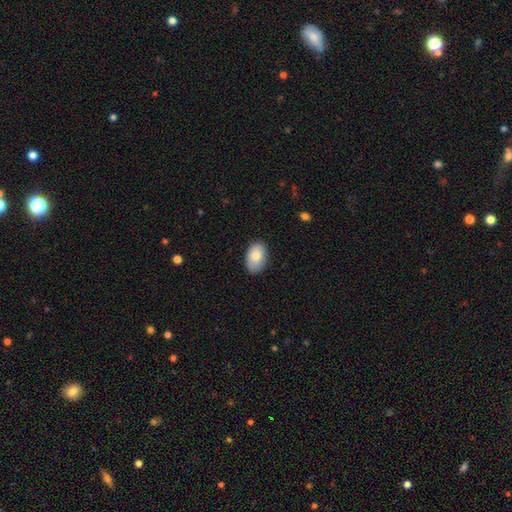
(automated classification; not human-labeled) smooth_or_featured: smooth (p=0.81) [alt: featured or disk p=0.12]
how_rounded: in between (p=0.89) [alt: round p=0.10]
merging: none (p=0.83) [alt: minor disturbance p=0.14]